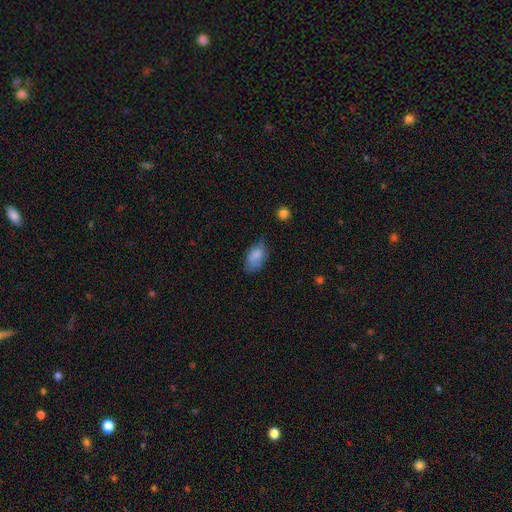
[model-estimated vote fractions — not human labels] Overall: smooth (81%). How rounded: in between (92%). Merging: none (57%; minor disturbance 32%).